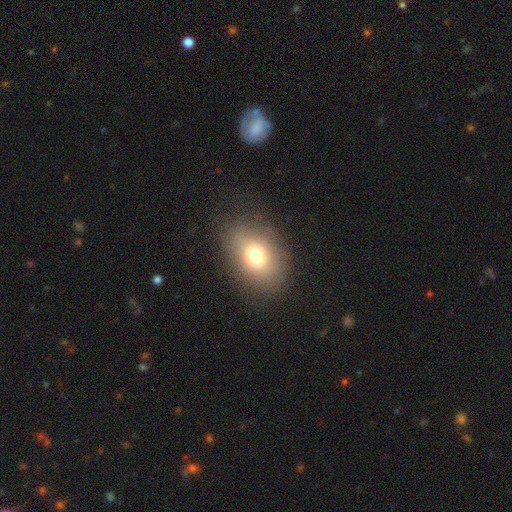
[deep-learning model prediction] Q: Smooth or featured?
A: smooth (73%); runner-up: featured or disk (14%)
Q: How rounded?
A: in between (71%); runner-up: round (28%)
Q: Merging?
A: none (79%); runner-up: minor disturbance (13%)